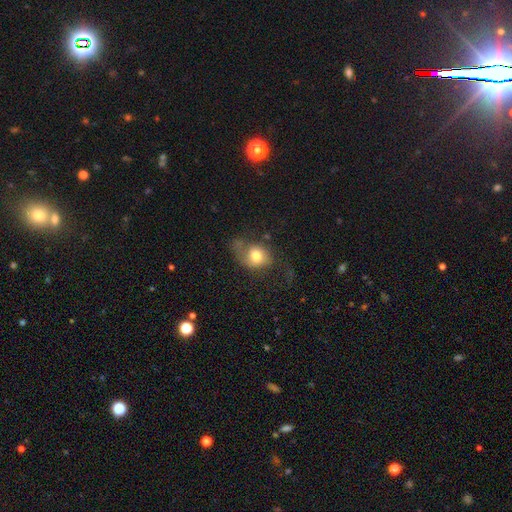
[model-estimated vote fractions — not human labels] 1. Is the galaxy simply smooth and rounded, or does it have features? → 68% smooth, 23% featured or disk, 9% star or artifact.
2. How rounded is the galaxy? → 55% round, 43% in between, 1% cigar-shaped.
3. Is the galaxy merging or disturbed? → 38% none, 30% major disturbance, 28% minor disturbance, 4% merger.